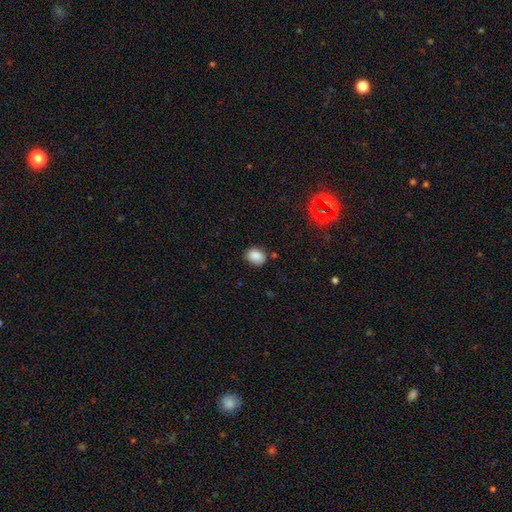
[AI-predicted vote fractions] The model was most divided on "how rounded": in between: 62%, round: 37%, cigar-shaped: 1%. More confident: smooth or featured — smooth (87%); merging — none (76%).